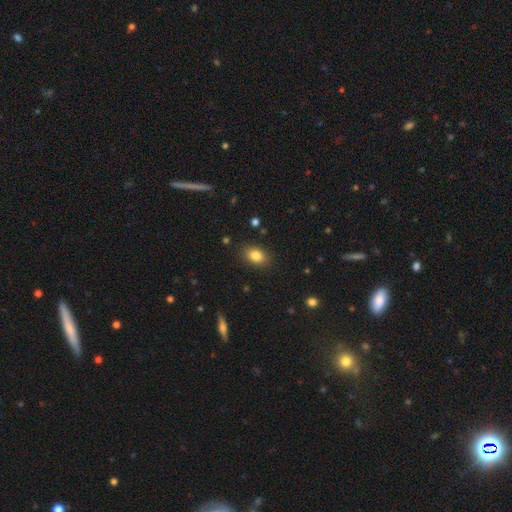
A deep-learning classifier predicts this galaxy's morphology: Q: Smooth or featured?
A: smooth (84%); runner-up: star or artifact (9%)
Q: How rounded?
A: in between (78%); runner-up: round (20%)
Q: Merging?
A: none (86%); runner-up: minor disturbance (10%)